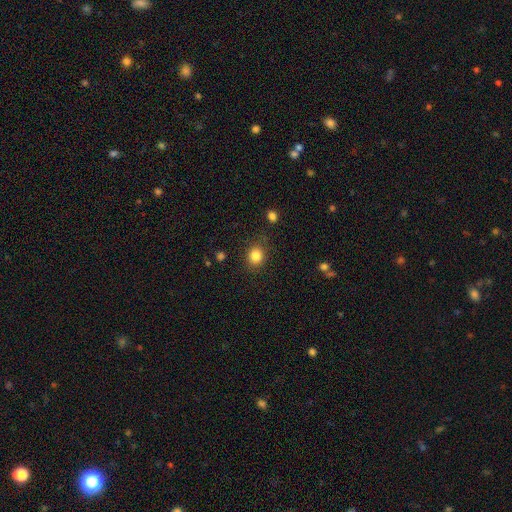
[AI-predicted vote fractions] smooth_or_featured: smooth (p=0.84) [alt: star or artifact p=0.11]
how_rounded: round (p=0.71) [alt: in between p=0.28]
merging: none (p=0.83) [alt: minor disturbance p=0.12]